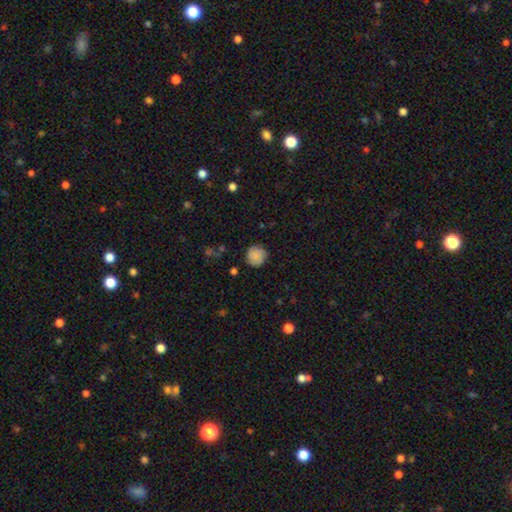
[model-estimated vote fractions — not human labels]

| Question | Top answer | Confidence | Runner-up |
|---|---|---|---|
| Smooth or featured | smooth | 79% | featured or disk (13%) |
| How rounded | round | 90% | in between (9%) |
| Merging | none | 79% | minor disturbance (15%) |